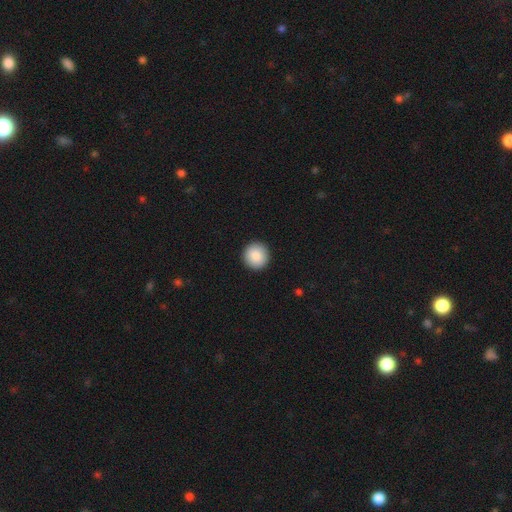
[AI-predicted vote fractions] This is clearly a smooth galaxy (89%). How rounded: clearly round (95%). Merging: clearly none (93%).